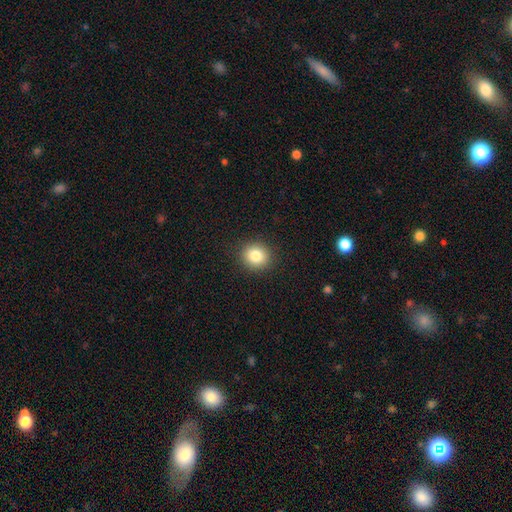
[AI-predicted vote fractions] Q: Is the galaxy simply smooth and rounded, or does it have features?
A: smooth — 83%.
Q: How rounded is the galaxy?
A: round — 85%.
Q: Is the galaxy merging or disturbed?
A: none — 91%.